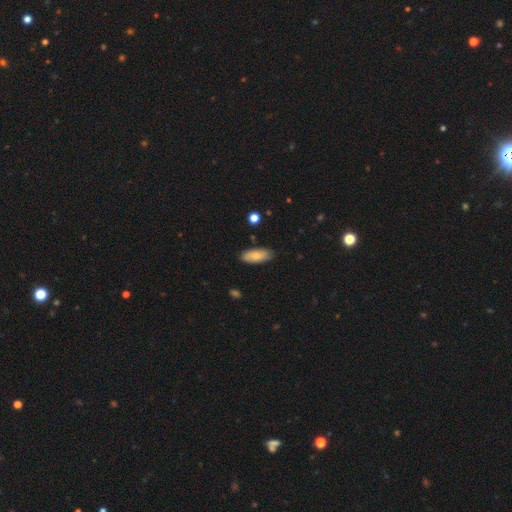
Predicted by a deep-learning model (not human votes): Q: Smooth or featured?
A: smooth (74%); runner-up: featured or disk (19%)
Q: How rounded?
A: in between (81%); runner-up: cigar-shaped (17%)
Q: Merging?
A: none (86%); runner-up: minor disturbance (11%)